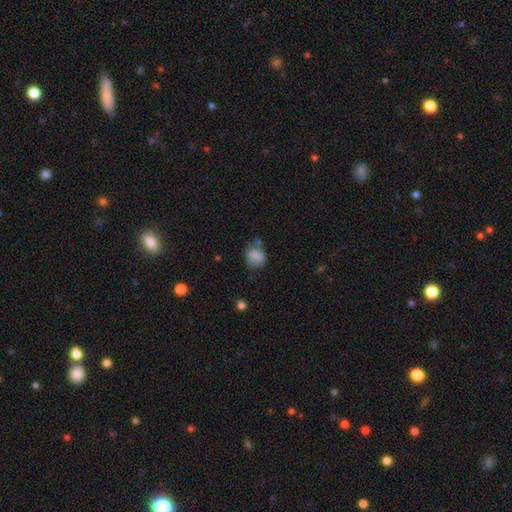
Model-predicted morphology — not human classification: type=smooth (73%); roundness=round (58%); merging=none (59%).